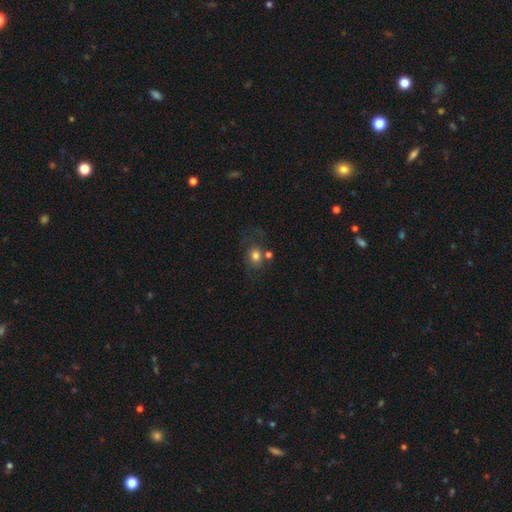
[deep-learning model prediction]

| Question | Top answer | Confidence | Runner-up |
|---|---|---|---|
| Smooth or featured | smooth | 73% | featured or disk (15%) |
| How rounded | round | 51% | in between (48%) |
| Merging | none | 49% | merger (20%) |